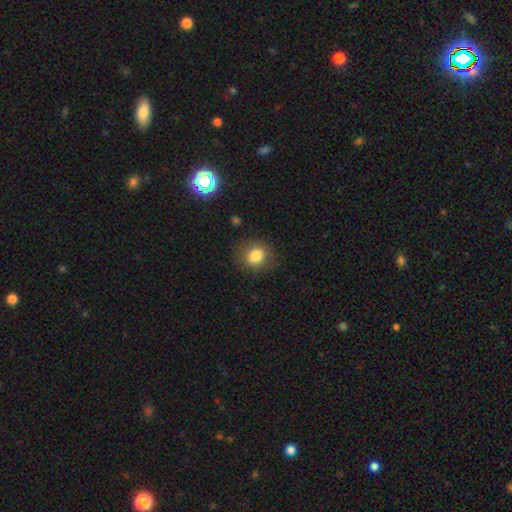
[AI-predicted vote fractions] This is clearly a smooth galaxy (82%). How rounded: likely round (74%). Merging: clearly none (83%).